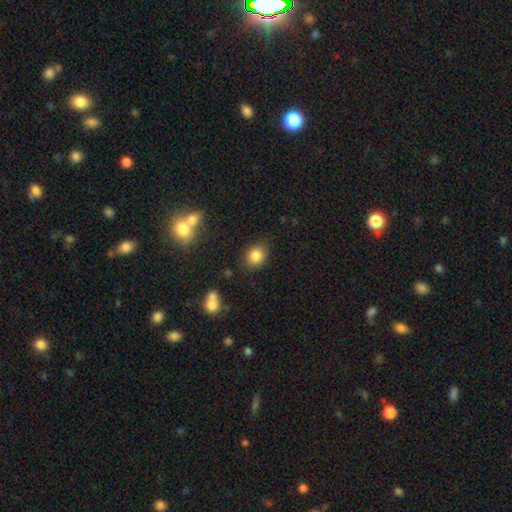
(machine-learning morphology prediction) A smooth galaxy with no disk features (84%) that is round (61%).

Vote fractions:
- Smooth or featured? smooth: 84% / star or artifact: 10% / featured or disk: 6%
- How rounded? round: 61% / in between: 38% / cigar-shaped: 1%
- Merging? none: 80% / minor disturbance: 14% / major disturbance: 3% / merger: 3%